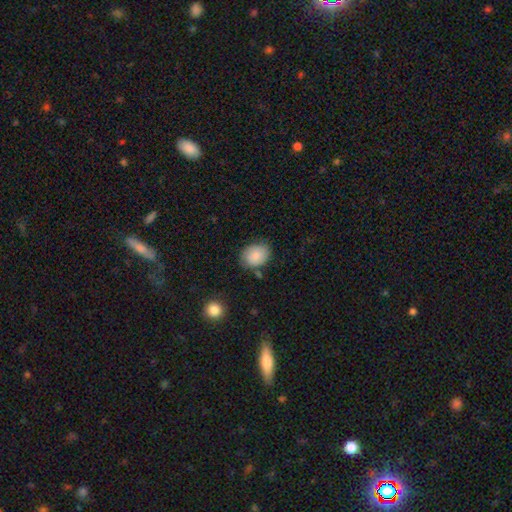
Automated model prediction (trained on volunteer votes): Q: Smooth or featured?
A: smooth (83%); runner-up: featured or disk (9%)
Q: How rounded?
A: in between (57%); runner-up: round (42%)
Q: Merging?
A: none (74%); runner-up: minor disturbance (18%)